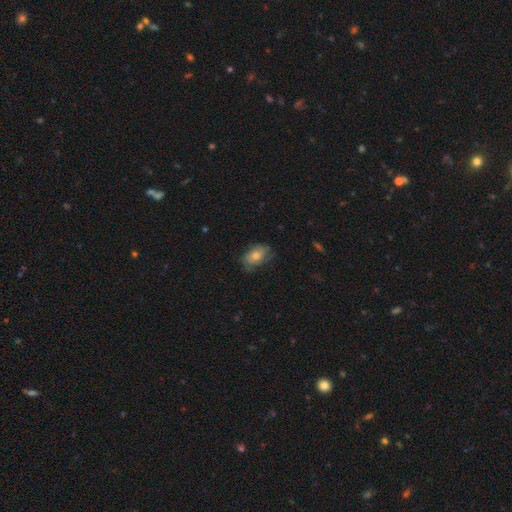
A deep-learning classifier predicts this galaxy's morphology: Smooth or featured? Predicted: smooth (p=0.61). How rounded? Predicted: in between (p=0.84). Merging? Predicted: none (p=0.66).